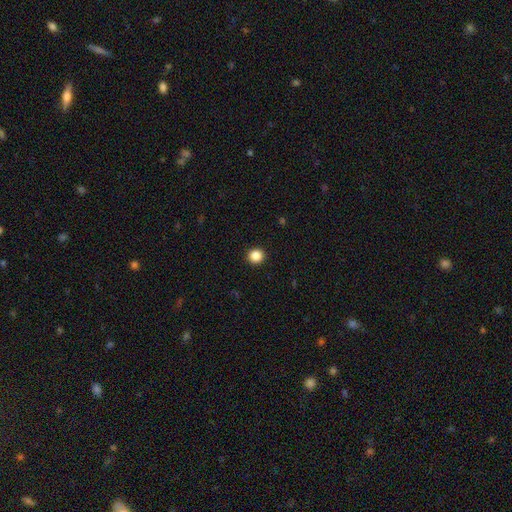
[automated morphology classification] This is clearly a smooth galaxy (86%). How rounded: clearly round (92%). Merging: clearly none (93%).